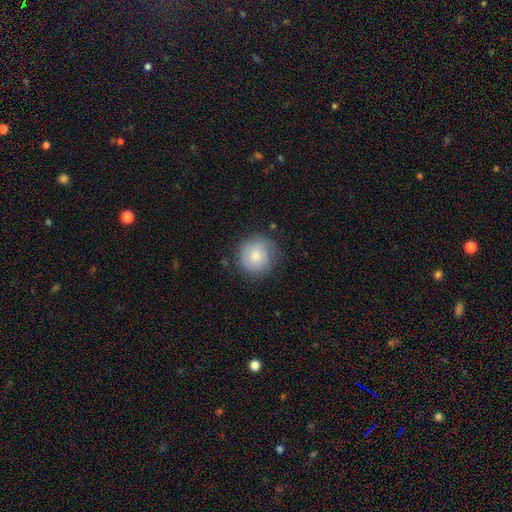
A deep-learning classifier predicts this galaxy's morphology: Smooth or featured: smooth — 72% (featured or disk — 21%)
How rounded: round — 93% (in between — 6%)
Merging: none — 73% (minor disturbance — 20%)